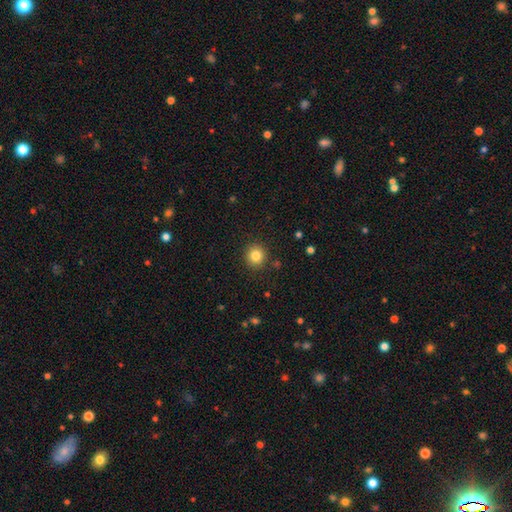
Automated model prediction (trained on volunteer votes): smooth 82%, star or artifact 11%, featured or disk 6%. Down the decision tree: how rounded — round (91%); merging — none (90%).